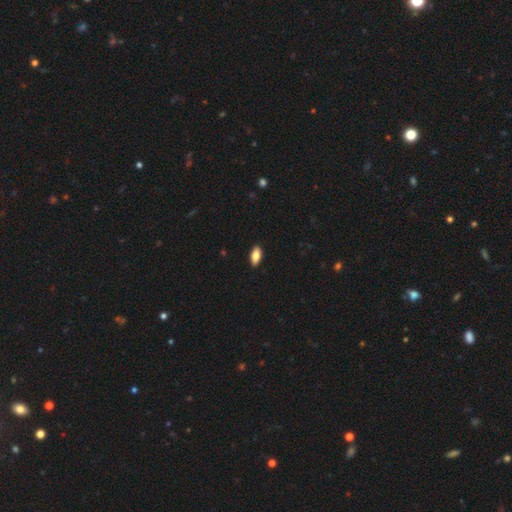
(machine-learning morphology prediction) This appears to be a smooth galaxy with no disk features (79%) that is in between round and cigar-shaped (88%). Merging: none (90%).